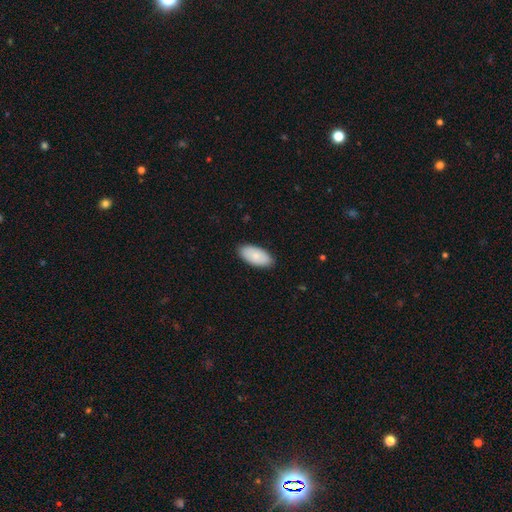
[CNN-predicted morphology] smooth-or-featured: smooth: 84% | featured or disk: 10% | star or artifact: 6%
  how-rounded: in between: 95% | cigar-shaped: 3% | round: 2%
  merging: none: 87% | minor disturbance: 10% | major disturbance: 2% | merger: 1%